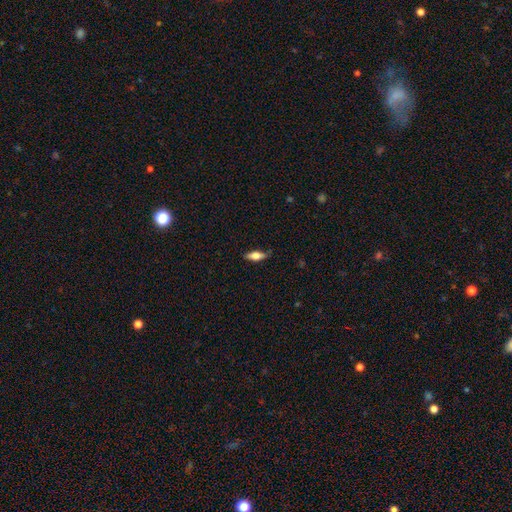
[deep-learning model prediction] smooth-or-featured: smooth: 70% | featured or disk: 23% | star or artifact: 7%
  how-rounded: in between: 68% | cigar-shaped: 29% | round: 3%
  merging: none: 78% | minor disturbance: 18% | major disturbance: 3% | merger: 1%